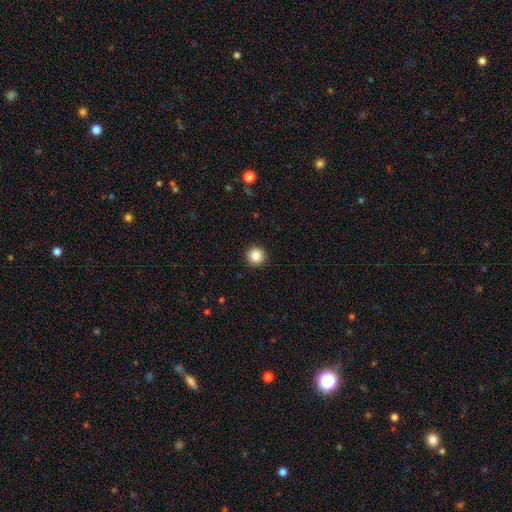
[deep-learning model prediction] This appears to be a smooth galaxy with no disk features (86%) that is round (96%). Merging: none (93%).